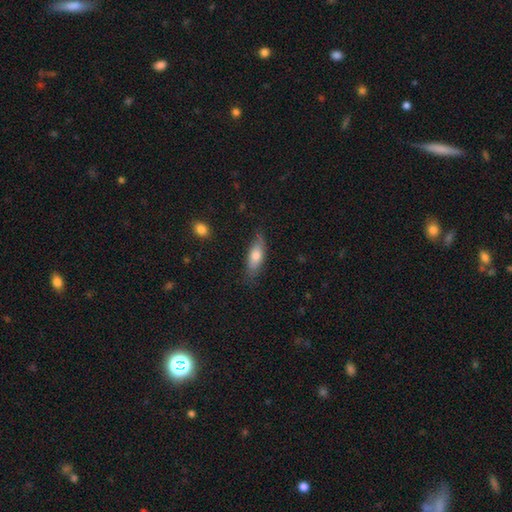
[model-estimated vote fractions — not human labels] Overall: smooth (71%). How rounded: in between (65%; cigar-shaped 33%). Merging: none (74%).